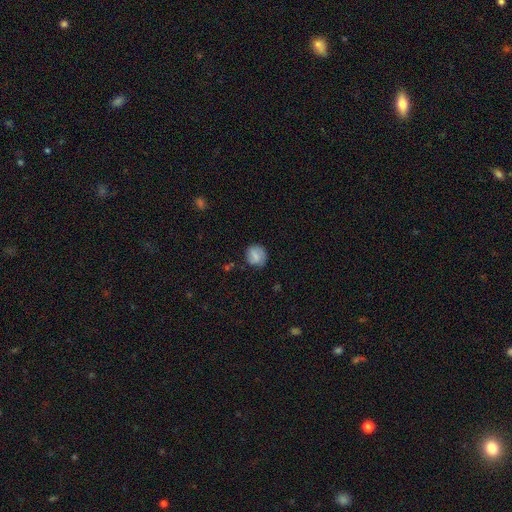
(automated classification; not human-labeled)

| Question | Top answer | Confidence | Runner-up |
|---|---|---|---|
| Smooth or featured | smooth | 71% | featured or disk (20%) |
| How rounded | round | 79% | in between (20%) |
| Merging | none | 71% | minor disturbance (21%) |